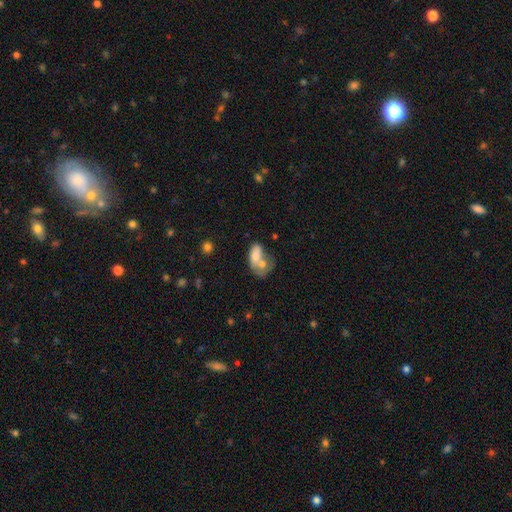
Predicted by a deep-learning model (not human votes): A smooth galaxy with no disk features (68%) that is in between round and cigar-shaped (85%). Merging: merger (65%).